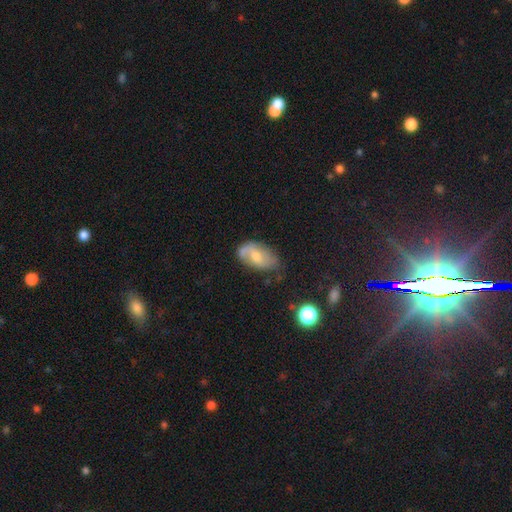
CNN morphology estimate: This appears to be a featured or disk galaxy (50%). Merging: none (54%).